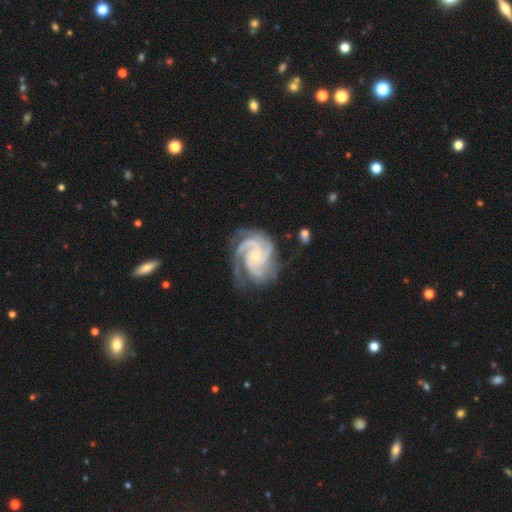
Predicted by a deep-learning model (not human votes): The model was most divided on "spiral winding": tight: 64%, medium: 33%, loose: 3%. More confident: spiral arms — yes (99%); edge-on disk — no (98%); smooth or featured — featured or disk (94%); bulge size — small (79%); bar — no (71%); merging — none (70%); spiral arm count — 3 (62%).